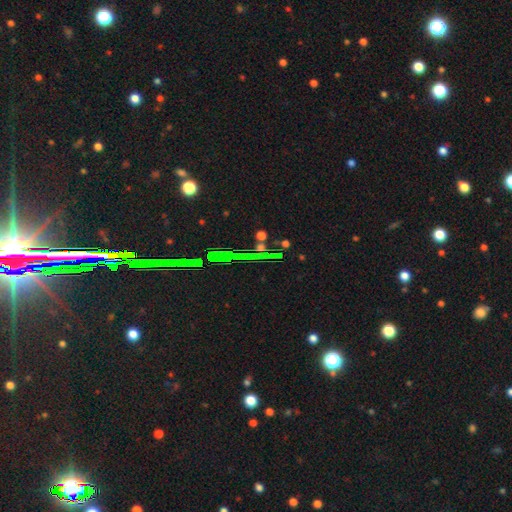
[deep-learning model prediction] smooth-or-featured: star or artifact: 83% | featured or disk: 9% | smooth: 8%